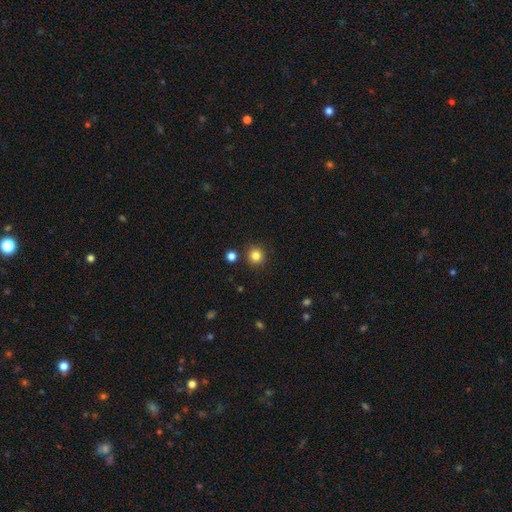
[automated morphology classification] Smooth or featured: smooth — 84% (star or artifact — 12%)
How rounded: round — 92% (in between — 7%)
Merging: none — 88% (minor disturbance — 6%)